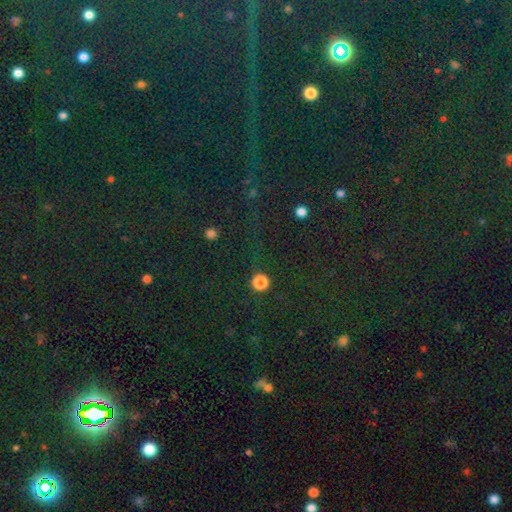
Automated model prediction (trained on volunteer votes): Overall: star or artifact (82%).